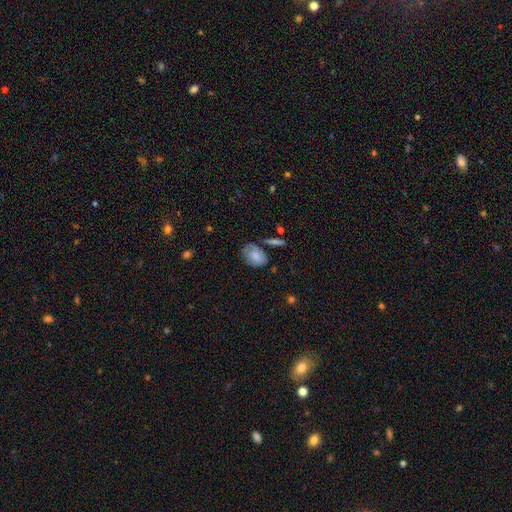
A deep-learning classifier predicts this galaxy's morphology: smooth 60%, featured or disk 32%, star or artifact 8%. Down the decision tree: how rounded — in between (74%); merging — none (56%).